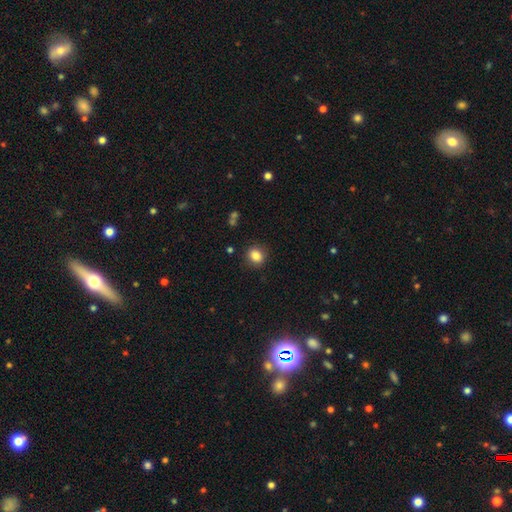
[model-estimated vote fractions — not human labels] Q: Smooth or featured?
A: smooth (85%); runner-up: star or artifact (10%)
Q: How rounded?
A: round (65%); runner-up: in between (34%)
Q: Merging?
A: none (87%); runner-up: minor disturbance (9%)